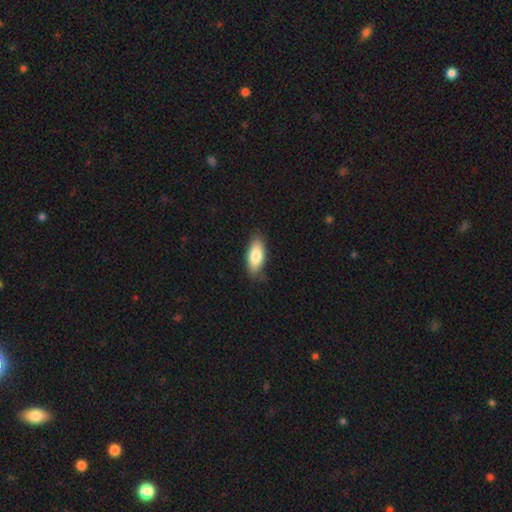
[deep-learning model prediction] A smooth galaxy with no disk features (81%) that is in between round and cigar-shaped (81%).

Vote fractions:
- Smooth or featured? smooth: 81% / featured or disk: 13% / star or artifact: 6%
- How rounded? in between: 81% / cigar-shaped: 17% / round: 2%
- Merging? none: 82% / minor disturbance: 14% / major disturbance: 2% / merger: 1%